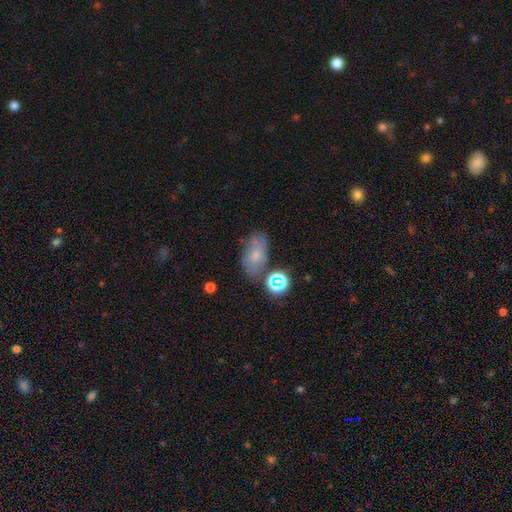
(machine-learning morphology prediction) smooth-or-featured: smooth: 62% | featured or disk: 21% | star or artifact: 17%
  how-rounded: in between: 86% | round: 11% | cigar-shaped: 3%
  merging: none: 60% | minor disturbance: 22% | merger: 10% | major disturbance: 9%